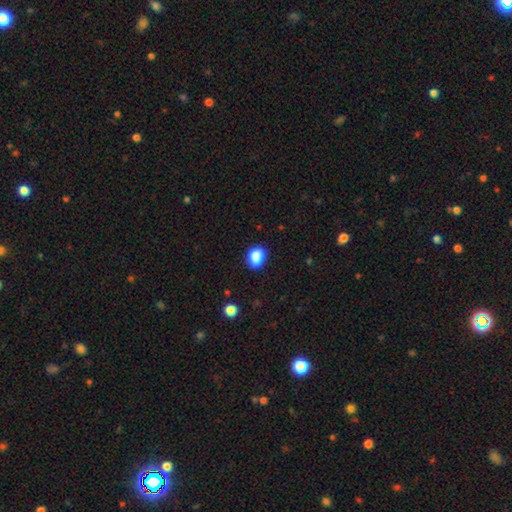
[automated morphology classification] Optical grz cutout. It shows a smooth galaxy with no disk features (88%) that is in between round and cigar-shaped (51%). Merging: none (85%).